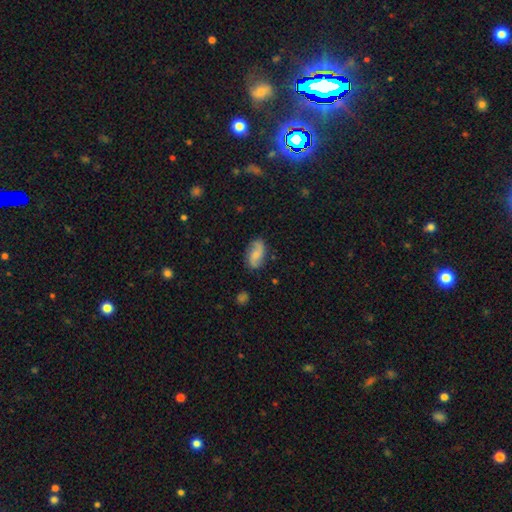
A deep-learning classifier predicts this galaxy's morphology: This appears to be a featured or disk galaxy (52%). Merging: none (78%).